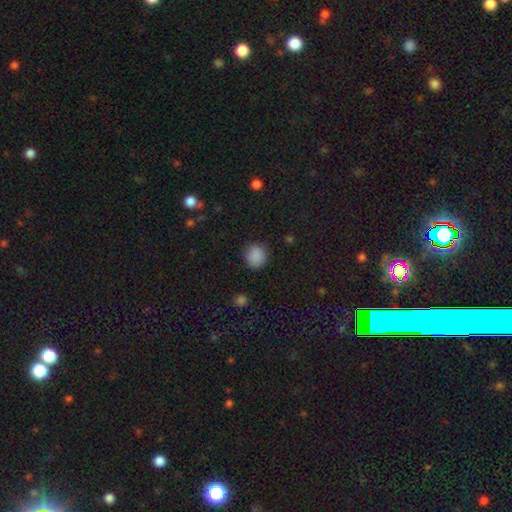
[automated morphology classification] Smooth or featured: smooth — 86% (star or artifact — 10%)
How rounded: round — 85% (in between — 14%)
Merging: none — 87% (minor disturbance — 9%)